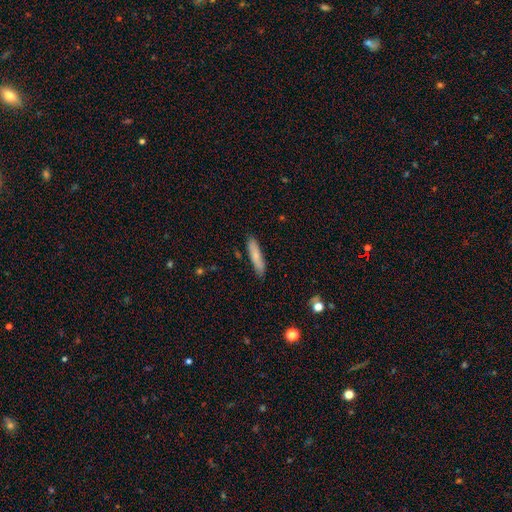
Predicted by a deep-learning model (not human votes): A smooth galaxy with no disk features (77%) that is cigar-shaped (87%).

Vote fractions:
- Smooth or featured? smooth: 77% / featured or disk: 17% / star or artifact: 6%
- How rounded? cigar-shaped: 87% / in between: 12% / round: 1%
- Merging? none: 87% / minor disturbance: 10% / major disturbance: 2% / merger: 2%